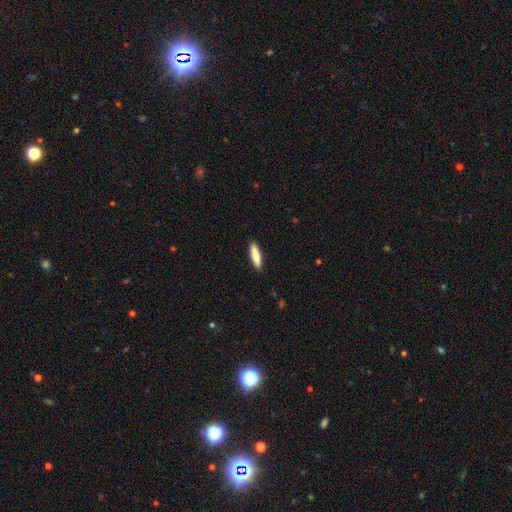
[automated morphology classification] Smooth or featured: smooth — 80% (featured or disk — 15%)
How rounded: cigar-shaped — 75% (in between — 24%)
Merging: none — 90% (minor disturbance — 7%)